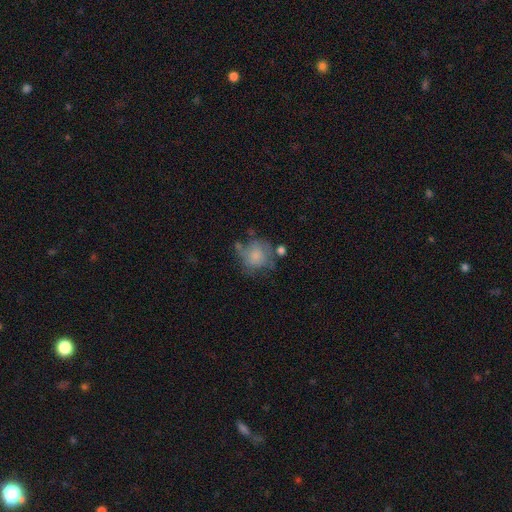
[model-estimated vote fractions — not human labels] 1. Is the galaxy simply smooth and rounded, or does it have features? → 69% smooth, 22% featured or disk, 9% star or artifact.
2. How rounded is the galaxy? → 79% round, 20% in between, 1% cigar-shaped.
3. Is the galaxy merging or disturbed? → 44% none, 26% minor disturbance, 18% major disturbance, 12% merger.